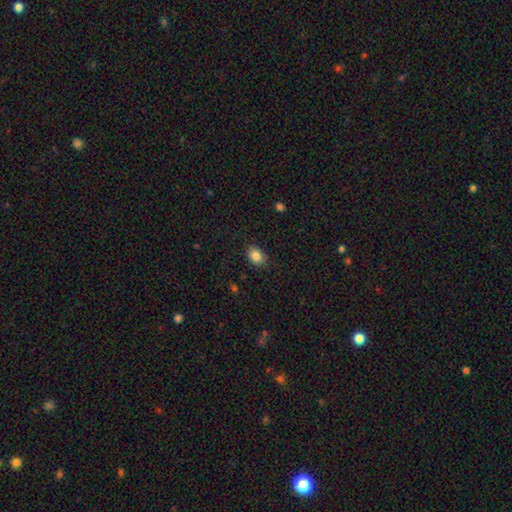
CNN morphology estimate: This is clearly a smooth galaxy (86%). How rounded: likely in between (71%). Merging: clearly none (85%).